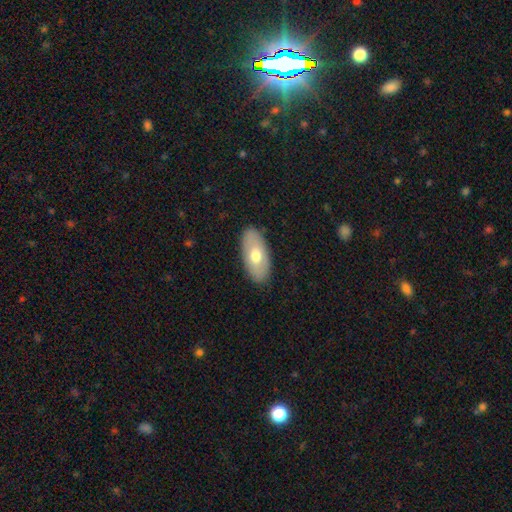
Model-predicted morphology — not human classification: This is likely a smooth galaxy (61%). How rounded: clearly in between (92%). Merging: clearly none (89%).